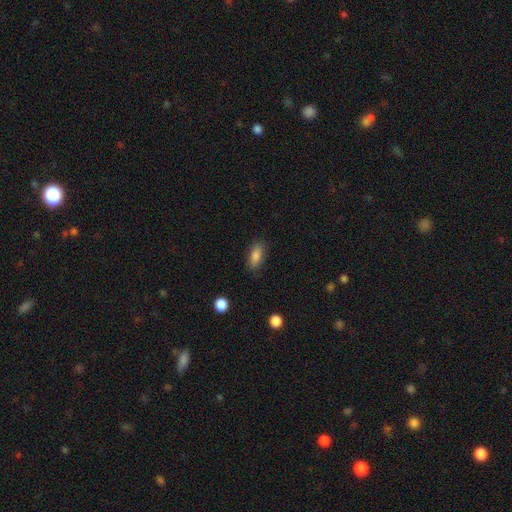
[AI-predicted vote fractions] Smooth or featured? smooth (83%)
How rounded? in between (78%)
Merging? none (85%)